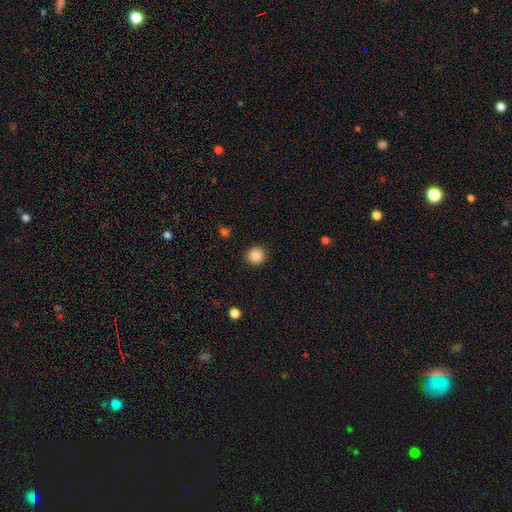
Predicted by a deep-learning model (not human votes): The model was most divided on "smooth or featured": smooth: 87%, star or artifact: 10%, featured or disk: 4%. More confident: how rounded — round (95%); merging — none (92%).